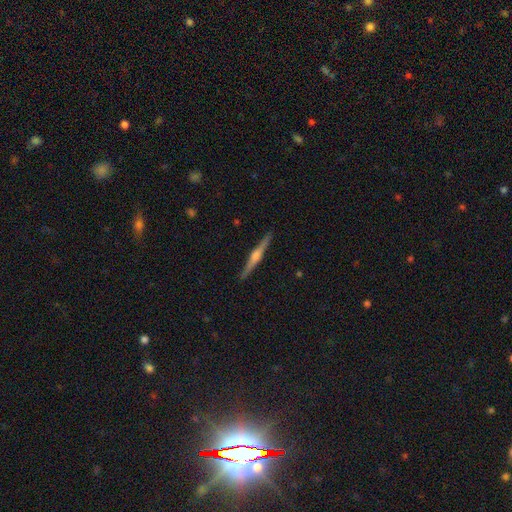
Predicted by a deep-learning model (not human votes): Smooth or featured?
  - featured or disk: 77% *
  - smooth: 18%
  - star or artifact: 5%
Edge-on disk?
  - yes: 98% *
  - no: 2%
Edge-on bulge?
  - rounded: 78% *
  - boxy: 15%
  - none: 7%
Merging?
  - none: 91% *
  - minor disturbance: 6%
  - major disturbance: 1%
  - merger: 1%